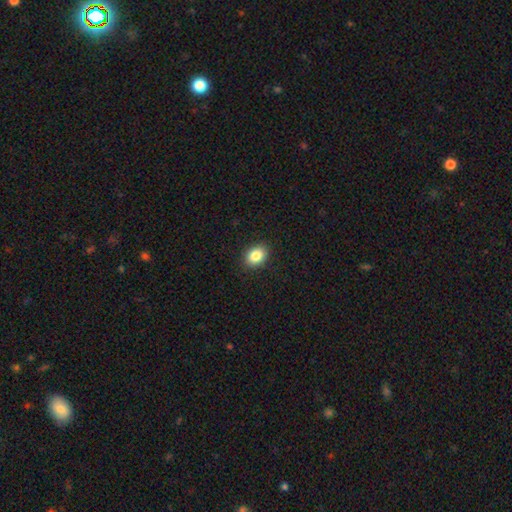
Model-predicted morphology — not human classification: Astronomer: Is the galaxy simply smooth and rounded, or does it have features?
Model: smooth — 86%.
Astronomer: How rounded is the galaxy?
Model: in between — 70%.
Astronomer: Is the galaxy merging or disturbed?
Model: none — 90%.